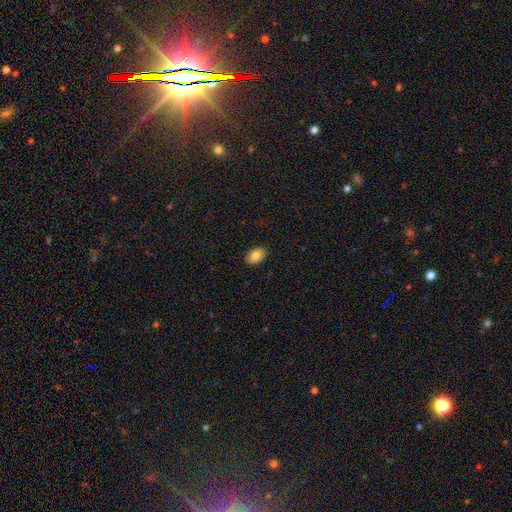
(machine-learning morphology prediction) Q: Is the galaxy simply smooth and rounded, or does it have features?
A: smooth — 84%.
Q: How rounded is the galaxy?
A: in between — 90%.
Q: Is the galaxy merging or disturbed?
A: none — 90%.